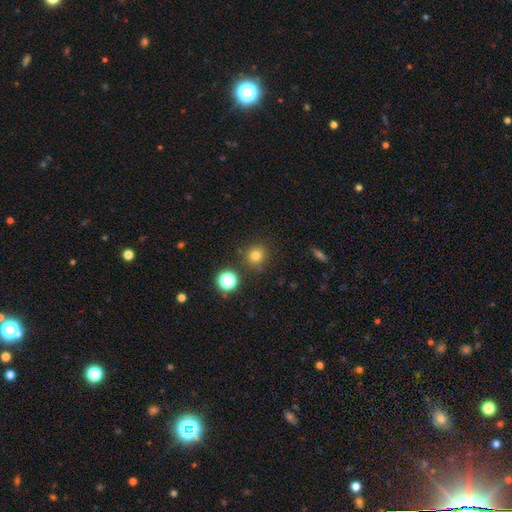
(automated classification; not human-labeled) Smooth or featured: smooth — 77% (star or artifact — 16%)
How rounded: round — 91% (in between — 8%)
Merging: none — 85% (minor disturbance — 8%)